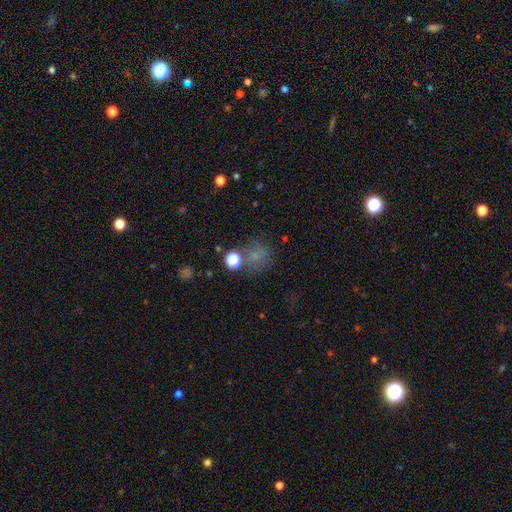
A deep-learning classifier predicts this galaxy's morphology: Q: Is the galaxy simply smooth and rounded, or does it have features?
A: smooth — 59%.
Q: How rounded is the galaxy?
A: round — 76%.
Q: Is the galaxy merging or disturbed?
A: none — 58%.